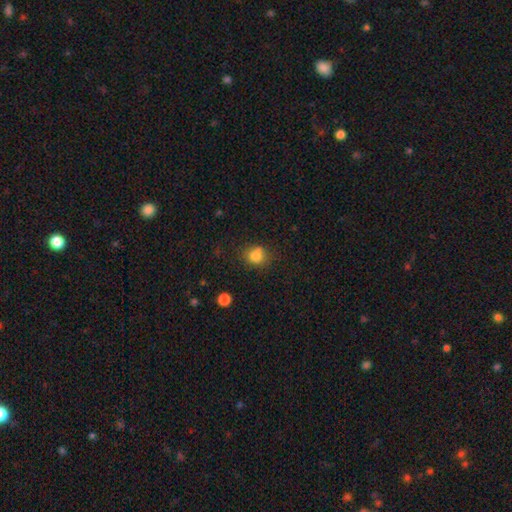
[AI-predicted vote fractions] Smooth or featured? smooth (80%)
How rounded? round (75%)
Merging? none (65%)